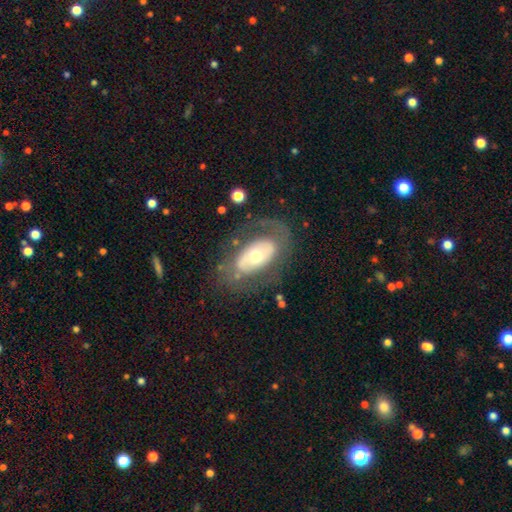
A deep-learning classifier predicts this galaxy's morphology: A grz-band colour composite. It shows a featured or disk galaxy (61%) with no bar (73%), no spiral arms (60%) and a moderate central bulge (55%). Merging: none (67%).